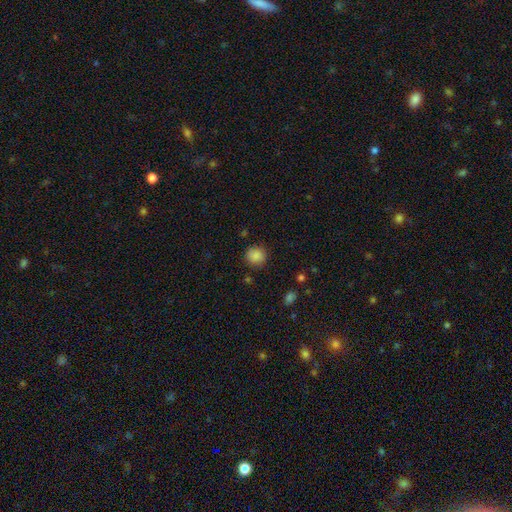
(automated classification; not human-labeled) smooth_or_featured: smooth (p=0.86) [alt: star or artifact p=0.10]
how_rounded: round (p=0.90) [alt: in between p=0.09]
merging: none (p=0.85) [alt: minor disturbance p=0.10]